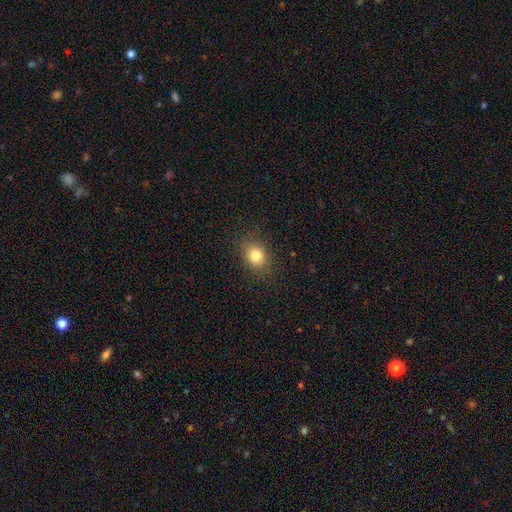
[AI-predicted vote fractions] smooth-or-featured: smooth: 80% | star or artifact: 12% | featured or disk: 8%
  how-rounded: round: 56% | in between: 43% | cigar-shaped: 1%
  merging: none: 86% | minor disturbance: 10% | major disturbance: 3% | merger: 1%